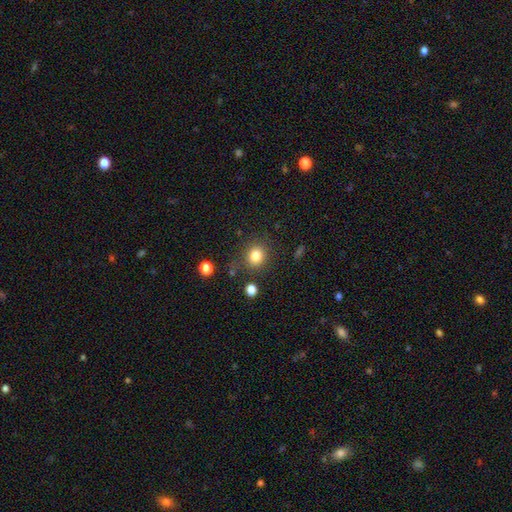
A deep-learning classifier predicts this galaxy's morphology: This appears to be a smooth galaxy with no disk features (82%) that is round (78%). Merging: none (79%).